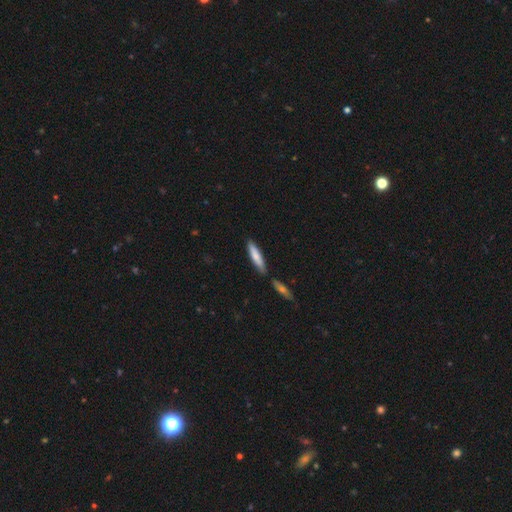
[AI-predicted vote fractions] This is likely a smooth galaxy (74%). How rounded: clearly cigar-shaped (80%). Merging: likely none (74%).